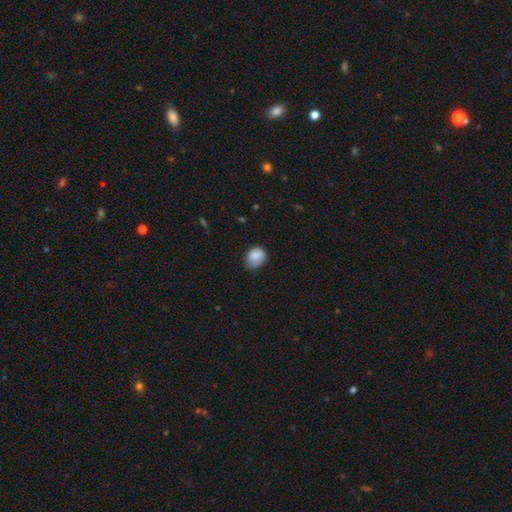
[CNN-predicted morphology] The model was most divided on "merging": none: 46%, minor disturbance: 40%, major disturbance: 12%, merger: 2%. More confident: smooth or featured — smooth (80%); how rounded — in between (61%).